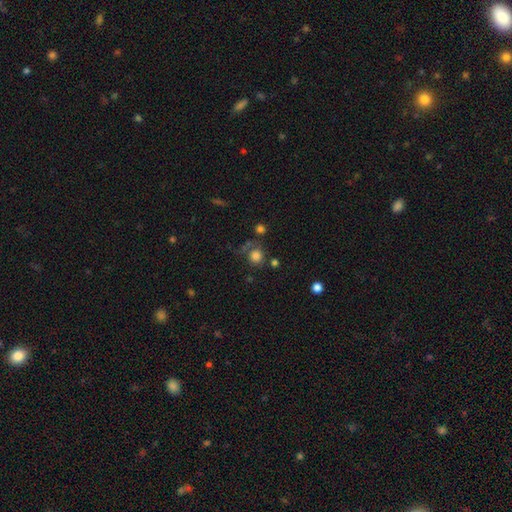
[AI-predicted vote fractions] Morphology: type=smooth (79%); roundness=round (90%); merging=none (67%).